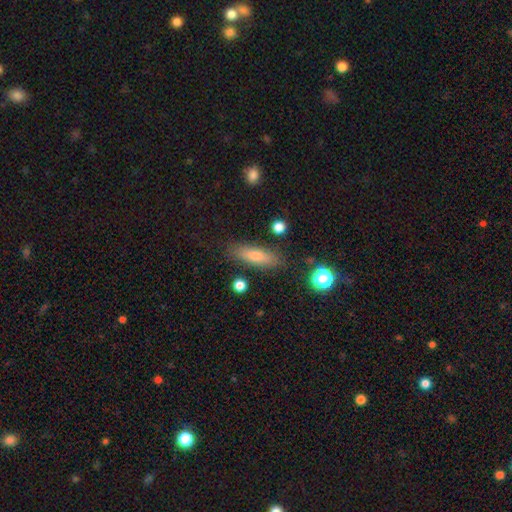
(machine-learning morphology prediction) A smooth galaxy with no disk features (66%) that is cigar-shaped (59%).

Vote fractions:
- Smooth or featured? smooth: 66% / featured or disk: 25% / star or artifact: 9%
- How rounded? cigar-shaped: 59% / in between: 38% / round: 3%
- Merging? none: 85% / minor disturbance: 10% / major disturbance: 2% / merger: 2%